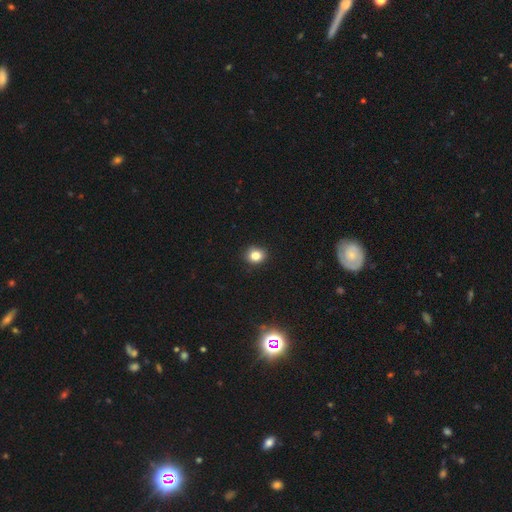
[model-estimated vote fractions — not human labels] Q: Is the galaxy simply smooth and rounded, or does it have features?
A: smooth — 83%.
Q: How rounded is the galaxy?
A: round — 73%.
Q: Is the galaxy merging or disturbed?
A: none — 87%.